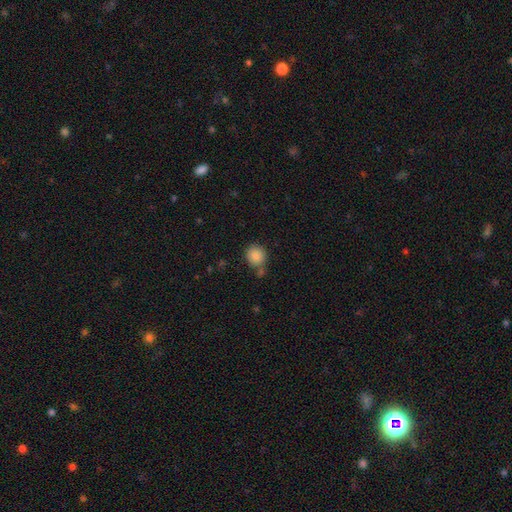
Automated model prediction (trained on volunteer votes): Smooth or featured? smooth (86%)
How rounded? round (88%)
Merging? none (71%)